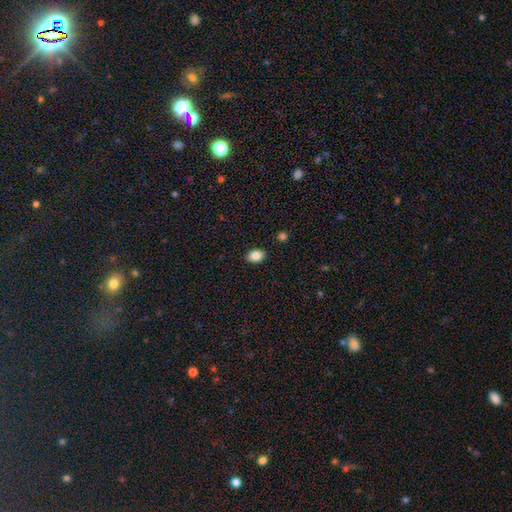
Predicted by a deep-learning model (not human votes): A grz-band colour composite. It shows a smooth galaxy with no disk features (85%) that is in between round and cigar-shaped (83%). Merging: none (89%).